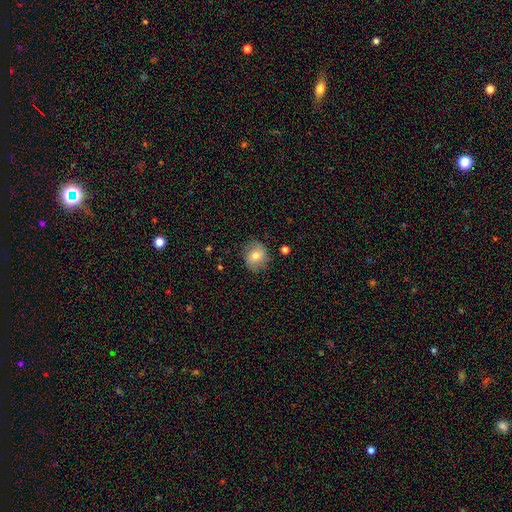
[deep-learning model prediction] Morphology: type=smooth (71%); roundness=round (81%); merging=none (80%).